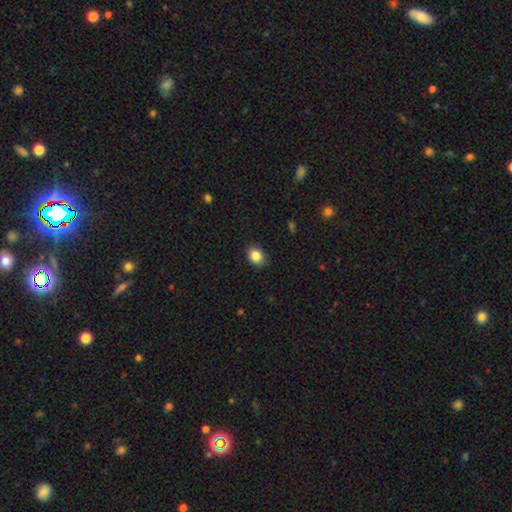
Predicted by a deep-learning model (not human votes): A smooth galaxy with no disk features (85%) that is in between round and cigar-shaped (53%).

Vote fractions:
- Smooth or featured? smooth: 85% / star or artifact: 9% / featured or disk: 5%
- How rounded? in between: 53% / round: 46% / cigar-shaped: 1%
- Merging? none: 84% / minor disturbance: 12% / major disturbance: 2% / merger: 1%